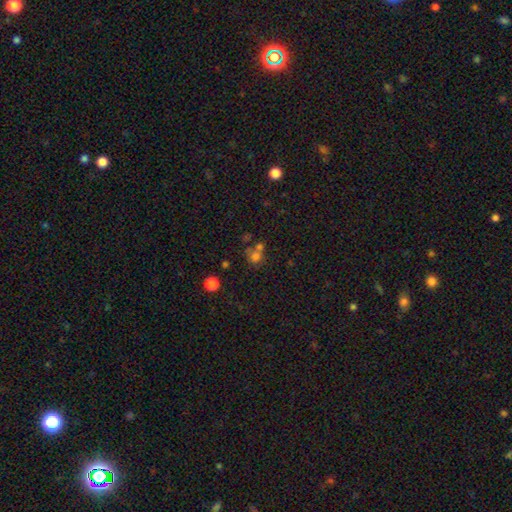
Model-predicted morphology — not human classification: Smooth or featured? Predicted: smooth (p=0.64). How rounded? Predicted: round (p=0.81). Merging? Predicted: none (p=0.47).